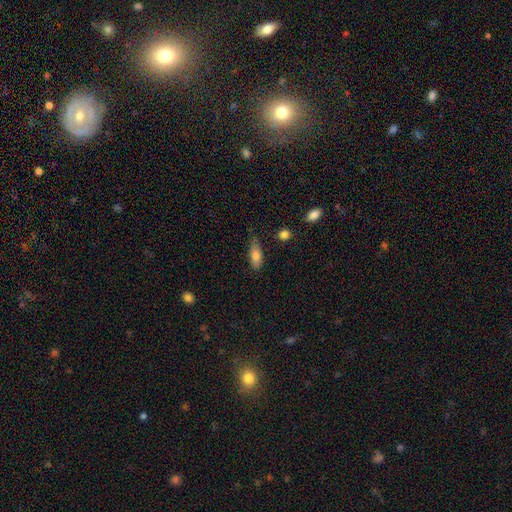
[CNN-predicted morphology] Smooth or featured? smooth (79%)
How rounded? in between (75%)
Merging? none (68%)